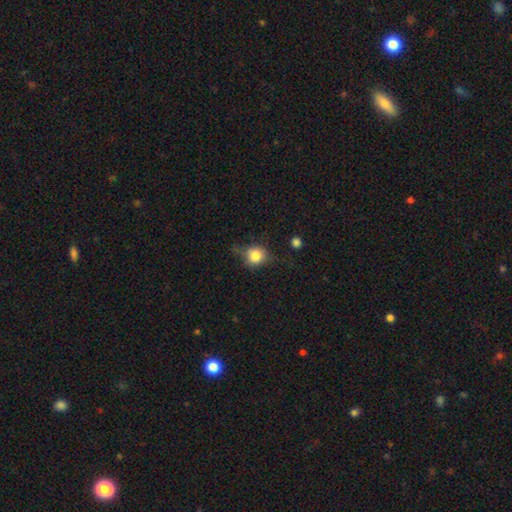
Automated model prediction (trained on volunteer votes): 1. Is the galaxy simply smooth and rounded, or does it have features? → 76% smooth, 13% featured or disk, 10% star or artifact.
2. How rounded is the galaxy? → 80% round, 19% in between, 1% cigar-shaped.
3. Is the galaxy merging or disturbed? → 61% none, 27% minor disturbance, 10% major disturbance, 3% merger.